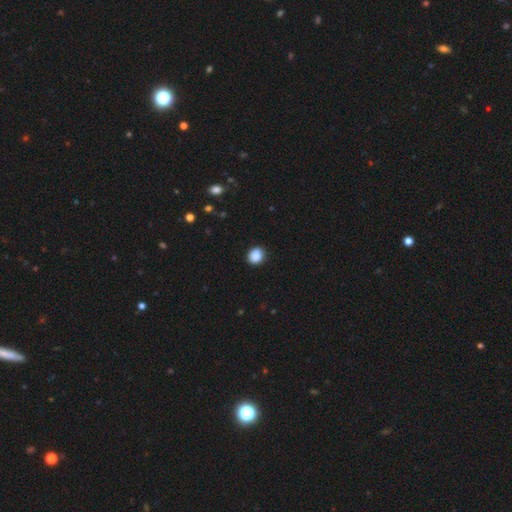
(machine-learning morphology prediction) Smooth or featured?
  - smooth: 88% *
  - star or artifact: 9%
  - featured or disk: 3%
How rounded?
  - round: 74% *
  - in between: 25%
  - cigar-shaped: 1%
Merging?
  - none: 88% *
  - minor disturbance: 9%
  - major disturbance: 2%
  - merger: 1%